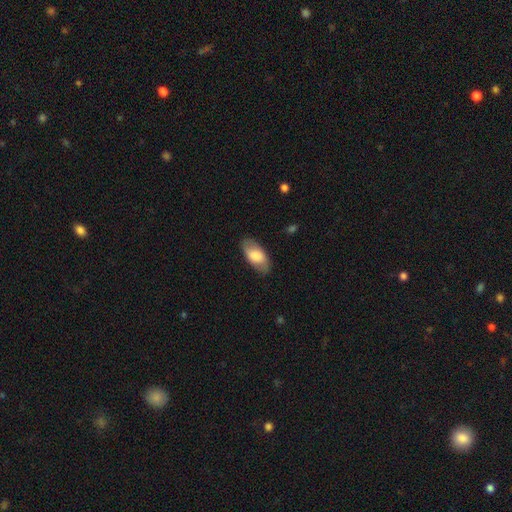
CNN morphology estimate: The model was most divided on "smooth or featured": smooth: 75%, featured or disk: 20%, star or artifact: 6%. More confident: how rounded — in between (92%); merging — none (83%).